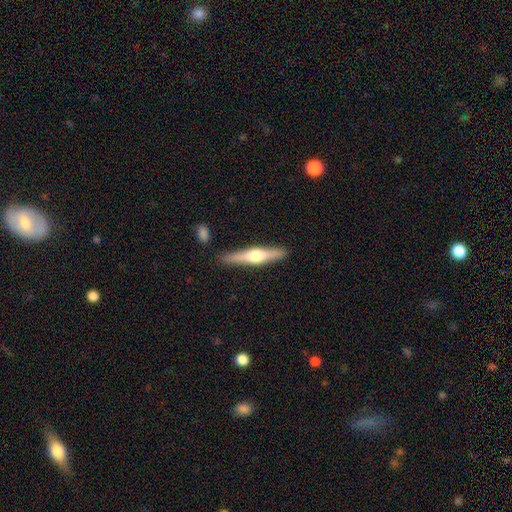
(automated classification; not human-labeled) The model was most divided on "smooth or featured": featured or disk: 62%, smooth: 33%, star or artifact: 5%. More confident: edge-on disk — yes (97%); edge-on bulge — rounded (89%); merging — none (88%).